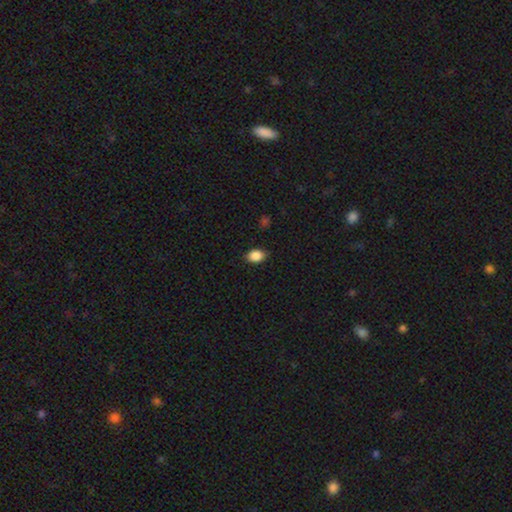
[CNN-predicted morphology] smooth 88%, star or artifact 9%, featured or disk 4%. Down the decision tree: how rounded — in between (78%); merging — none (86%).